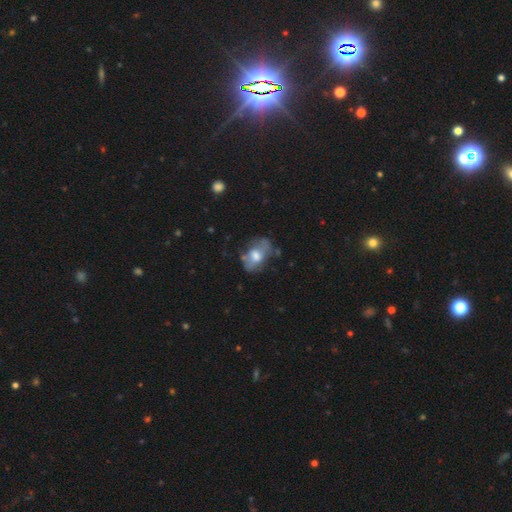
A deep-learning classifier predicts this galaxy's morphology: The model was most divided on "smooth or featured": smooth: 48%, featured or disk: 44%, star or artifact: 8%. Remaining: merging — none (49%).